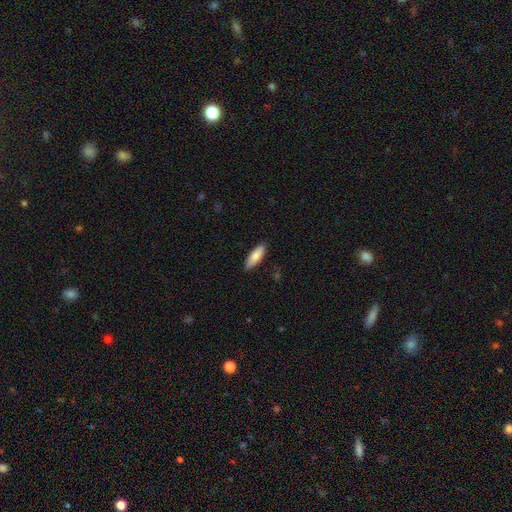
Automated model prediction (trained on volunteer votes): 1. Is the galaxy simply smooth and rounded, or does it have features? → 85% smooth, 10% featured or disk, 5% star or artifact.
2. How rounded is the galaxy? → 55% in between, 44% cigar-shaped, 2% round.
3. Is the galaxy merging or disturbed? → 87% none, 10% minor disturbance, 2% major disturbance, 1% merger.